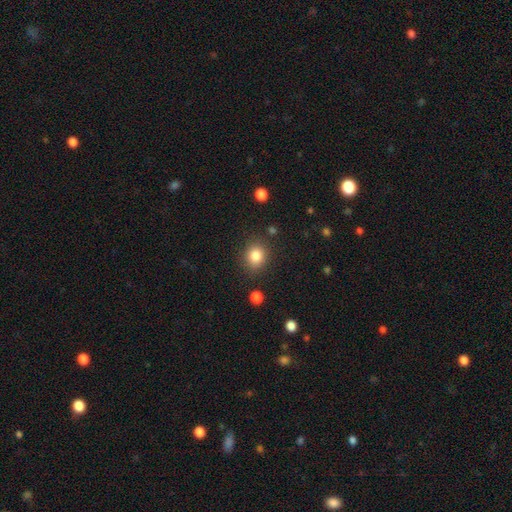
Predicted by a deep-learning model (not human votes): This is clearly a smooth galaxy (84%). How rounded: likely round (72%). Merging: clearly none (83%).